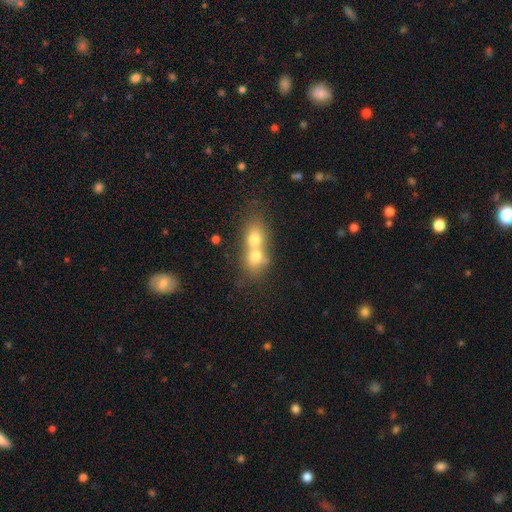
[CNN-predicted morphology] Smooth or featured? smooth (67%)
How rounded? round (50%)
Merging? merger (77%)